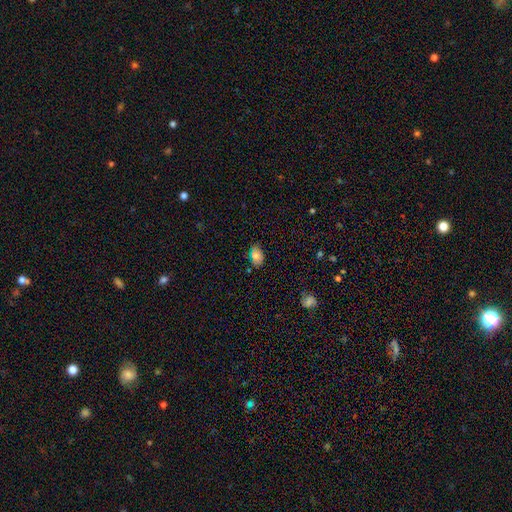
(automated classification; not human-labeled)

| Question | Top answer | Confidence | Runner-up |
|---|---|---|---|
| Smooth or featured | smooth | 74% | featured or disk (15%) |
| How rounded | in between | 82% | round (16%) |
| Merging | none | 68% | minor disturbance (25%) |